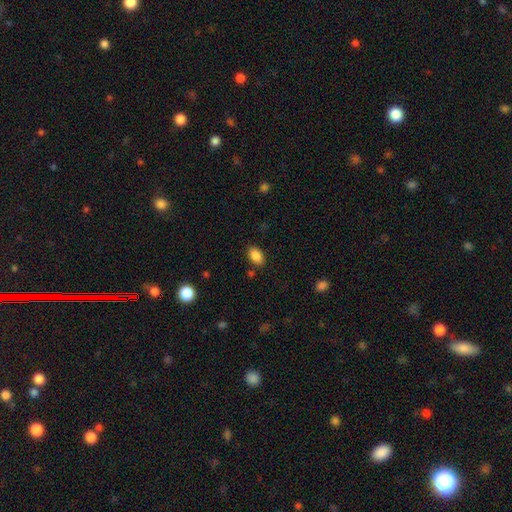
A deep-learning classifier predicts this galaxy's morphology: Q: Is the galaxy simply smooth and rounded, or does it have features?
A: smooth — 87%.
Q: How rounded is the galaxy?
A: in between — 88%.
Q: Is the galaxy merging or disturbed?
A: none — 84%.